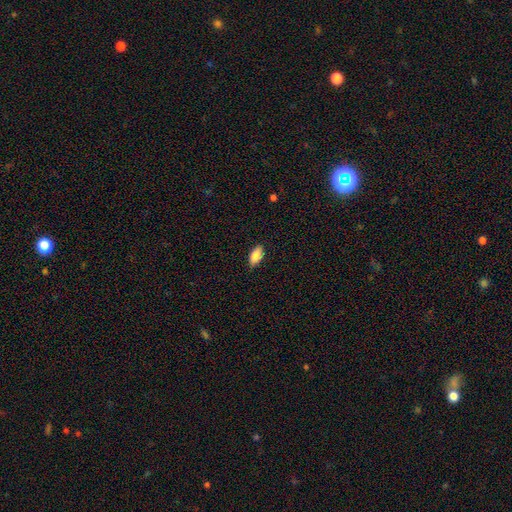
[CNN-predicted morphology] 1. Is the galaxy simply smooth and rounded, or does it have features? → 82% smooth, 11% featured or disk, 7% star or artifact.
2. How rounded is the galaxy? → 88% in between, 9% cigar-shaped, 3% round.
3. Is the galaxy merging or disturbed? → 85% none, 12% minor disturbance, 2% major disturbance, 1% merger.